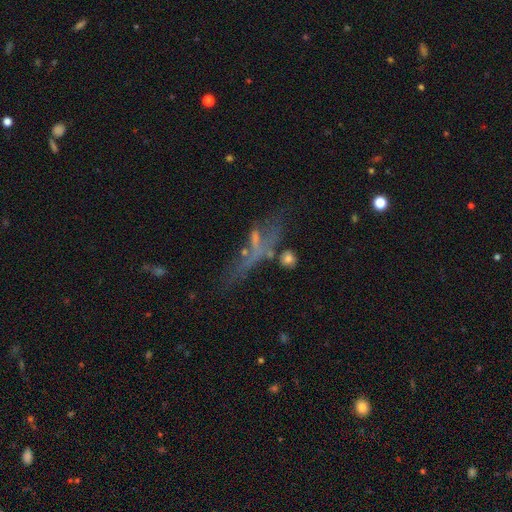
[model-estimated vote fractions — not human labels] This appears to be a featured or disk galaxy (43%). Merging: none (48%).